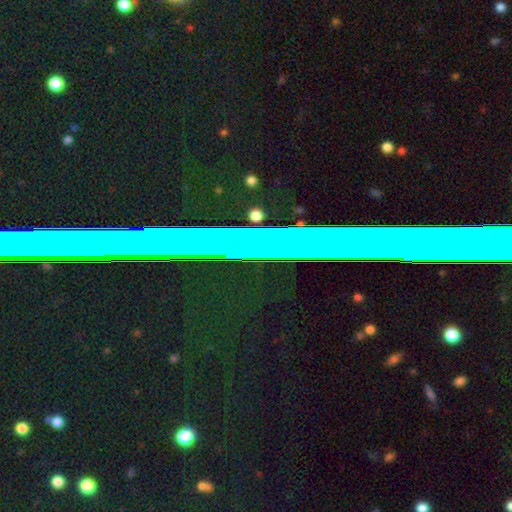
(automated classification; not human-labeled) Q: Smooth or featured?
A: star or artifact (73%); runner-up: featured or disk (18%)